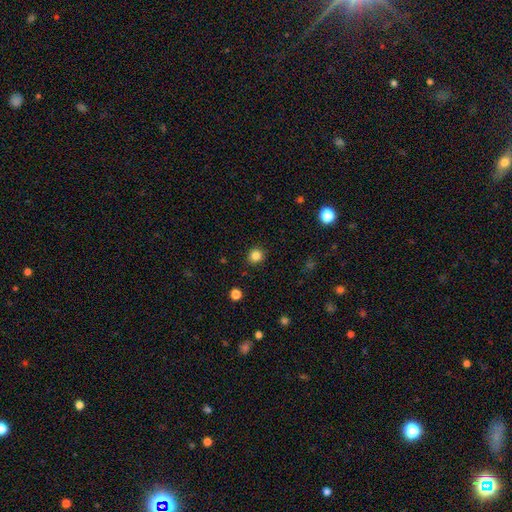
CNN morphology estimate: Smooth or featured? smooth (84%)
How rounded? round (87%)
Merging? none (90%)